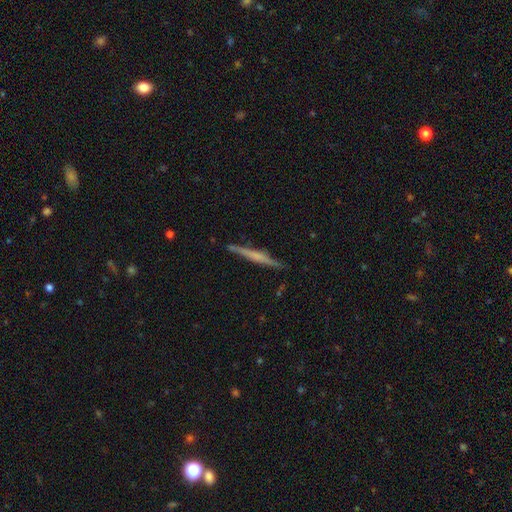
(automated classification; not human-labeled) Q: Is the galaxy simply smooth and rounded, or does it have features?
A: featured or disk — 63%.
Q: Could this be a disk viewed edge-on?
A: yes — 98%.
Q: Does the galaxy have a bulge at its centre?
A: none — 45%.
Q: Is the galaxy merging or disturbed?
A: none — 89%.